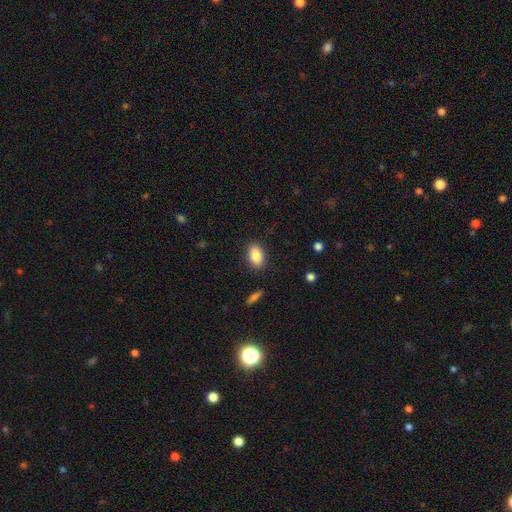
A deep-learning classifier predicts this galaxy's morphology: smooth-or-featured: smooth: 85% | star or artifact: 8% | featured or disk: 7%
  how-rounded: in between: 86% | round: 12% | cigar-shaped: 2%
  merging: none: 87% | minor disturbance: 9% | major disturbance: 3% | merger: 1%